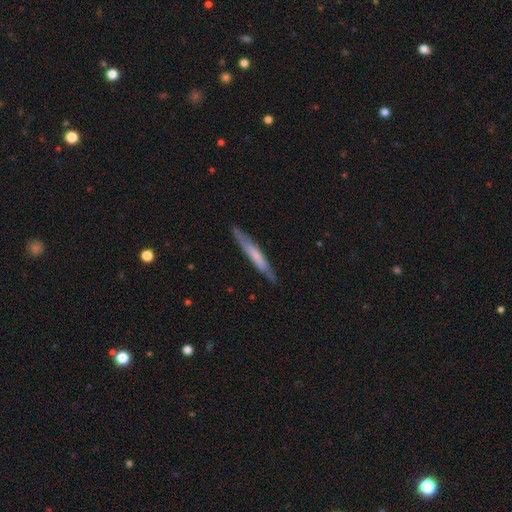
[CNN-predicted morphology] Overall: smooth (52%; featured or disk 43%). How rounded: cigar-shaped (95%). Merging: none (85%).